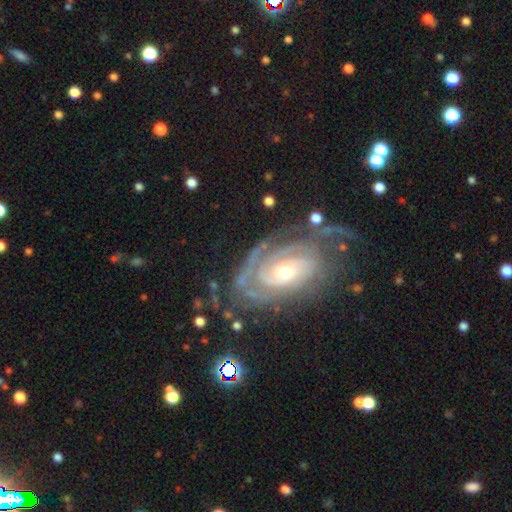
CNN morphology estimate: Smooth or featured? Predicted: featured or disk (p=0.89). Edge-on disk? Predicted: no (p=0.96). Bar? Predicted: no (p=0.65). Spiral arms? Predicted: yes (p=0.96). Spiral winding? Predicted: tight (p=0.77). Spiral arm count? Predicted: 2 (p=0.32). Bulge size? Predicted: small (p=0.48). Merging? Predicted: none (p=0.65).